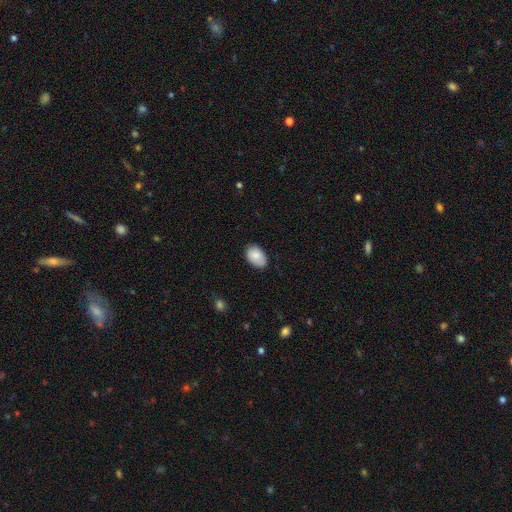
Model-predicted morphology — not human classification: Smooth or featured? smooth (84%)
How rounded? in between (89%)
Merging? none (77%)